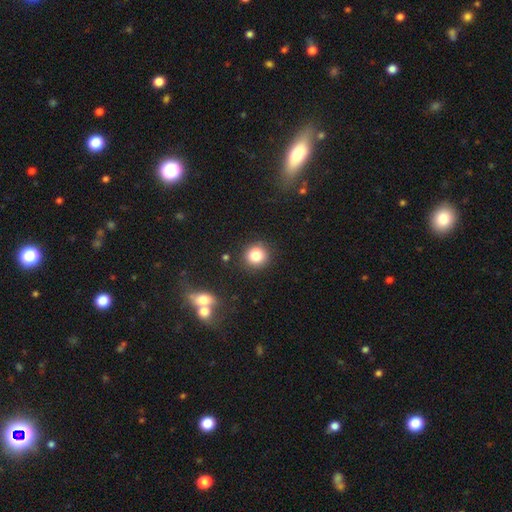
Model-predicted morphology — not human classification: Smooth or featured: smooth — 82% (star or artifact — 11%)
How rounded: round — 91% (in between — 8%)
Merging: none — 86% (minor disturbance — 8%)